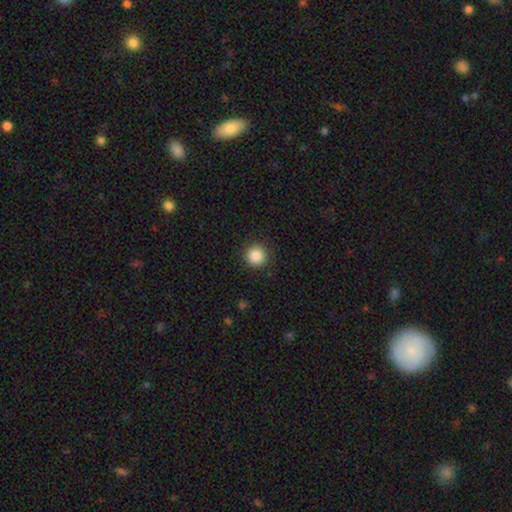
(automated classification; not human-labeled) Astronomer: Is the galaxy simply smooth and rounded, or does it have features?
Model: smooth — 87%.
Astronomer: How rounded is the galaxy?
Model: round — 95%.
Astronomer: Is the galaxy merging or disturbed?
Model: none — 91%.